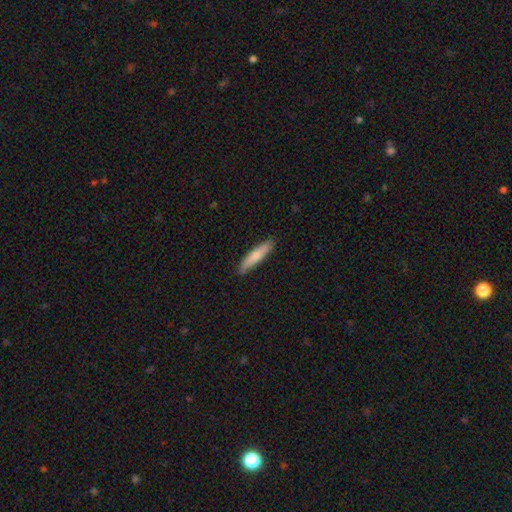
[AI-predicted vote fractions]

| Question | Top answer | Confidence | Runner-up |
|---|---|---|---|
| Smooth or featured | smooth | 80% | featured or disk (15%) |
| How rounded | cigar-shaped | 84% | in between (15%) |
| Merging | none | 85% | minor disturbance (12%) |